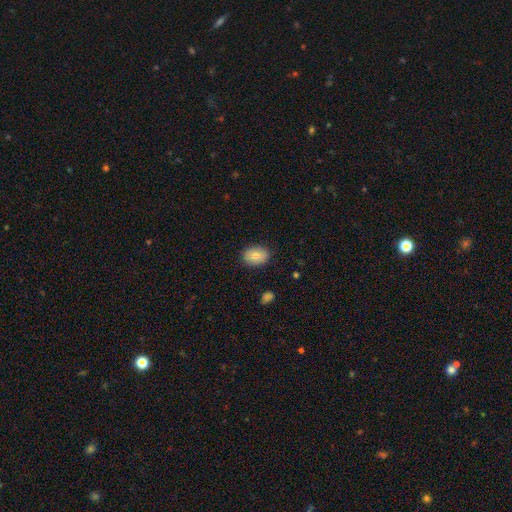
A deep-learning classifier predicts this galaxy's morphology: Smooth or featured: smooth — 82% (featured or disk — 10%)
How rounded: in between — 76% (round — 23%)
Merging: none — 87% (minor disturbance — 10%)